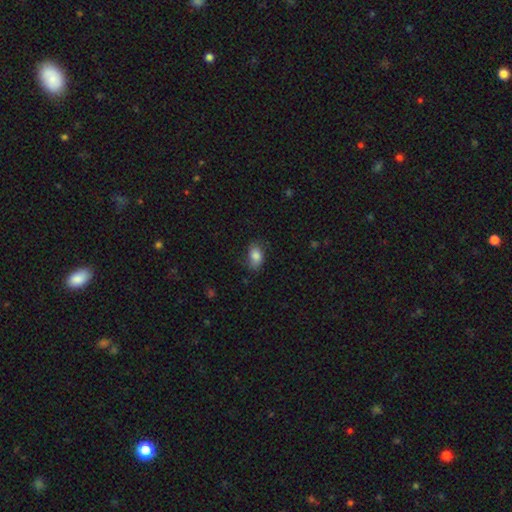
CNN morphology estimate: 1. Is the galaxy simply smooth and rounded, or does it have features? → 82% smooth, 10% featured or disk, 8% star or artifact.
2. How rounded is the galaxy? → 88% in between, 10% round, 2% cigar-shaped.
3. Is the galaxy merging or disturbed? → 70% none, 23% minor disturbance, 6% major disturbance, 1% merger.